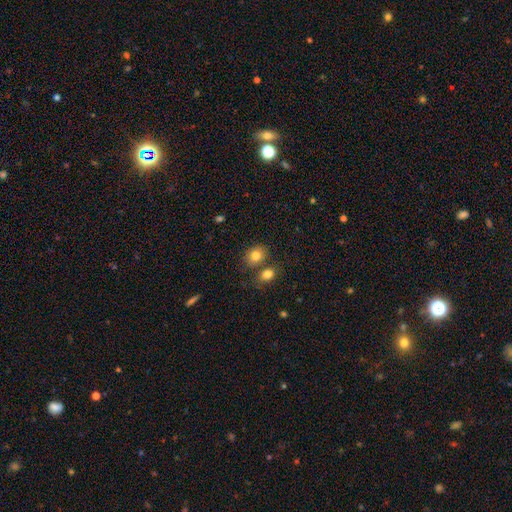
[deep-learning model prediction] Smooth or featured?
  - smooth: 81% *
  - star or artifact: 10%
  - featured or disk: 9%
How rounded?
  - round: 50% *
  - in between: 49%
  - cigar-shaped: 1%
Merging?
  - none: 65% *
  - merger: 21%
  - minor disturbance: 11%
  - major disturbance: 3%